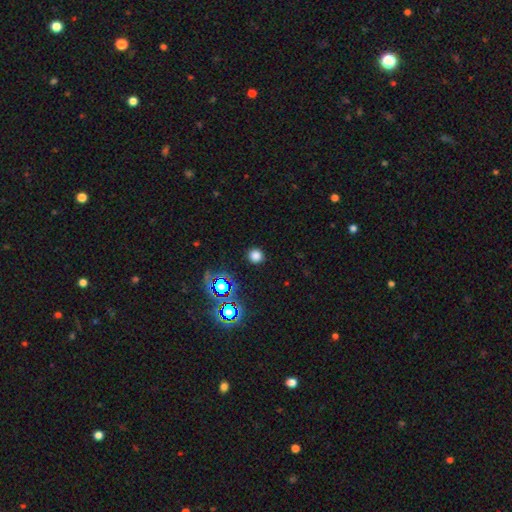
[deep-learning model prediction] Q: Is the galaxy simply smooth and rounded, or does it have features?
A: smooth — 76%.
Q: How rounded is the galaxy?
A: round — 92%.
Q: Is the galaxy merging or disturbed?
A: none — 90%.